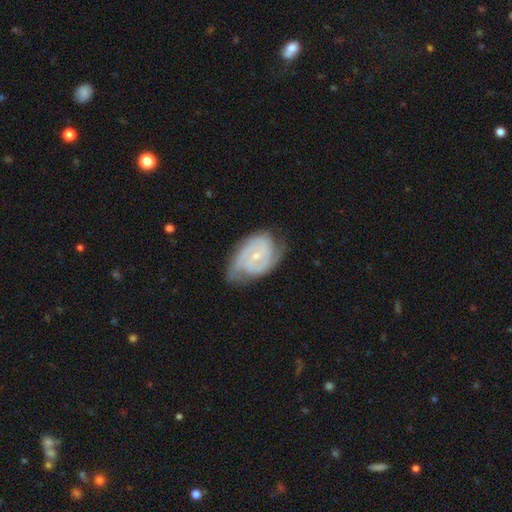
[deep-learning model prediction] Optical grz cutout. It shows a featured or disk galaxy (83%) with no bar (60%), 2 (57%) tight (57%) spiral arms (95%) and a small central bulge (72%). Merging: none (64%).